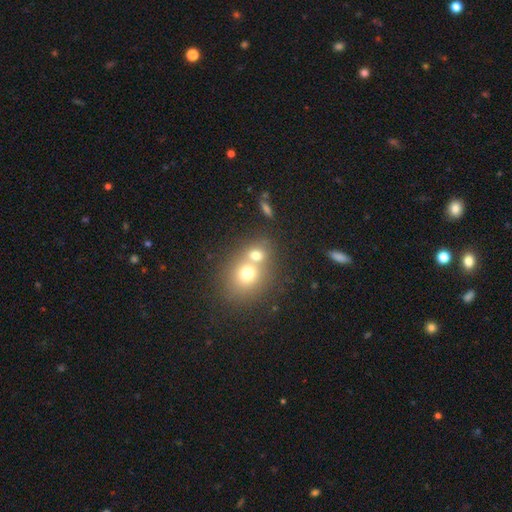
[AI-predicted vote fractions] Smooth or featured: smooth — 69% (featured or disk — 17%)
How rounded: round — 67% (in between — 31%)
Merging: merger — 60% (none — 31%)